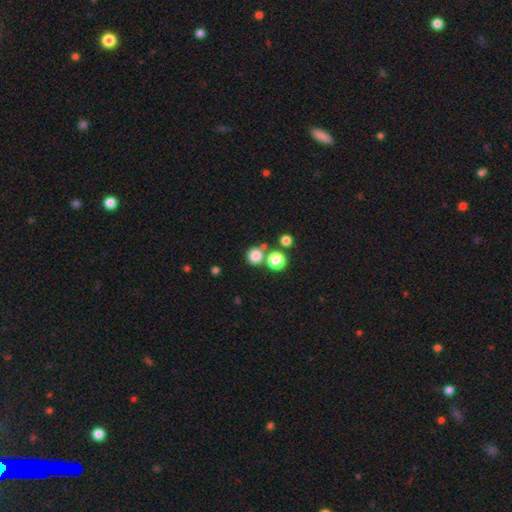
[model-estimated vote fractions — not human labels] Smooth or featured? smooth (80%)
How rounded? round (91%)
Merging? none (68%)